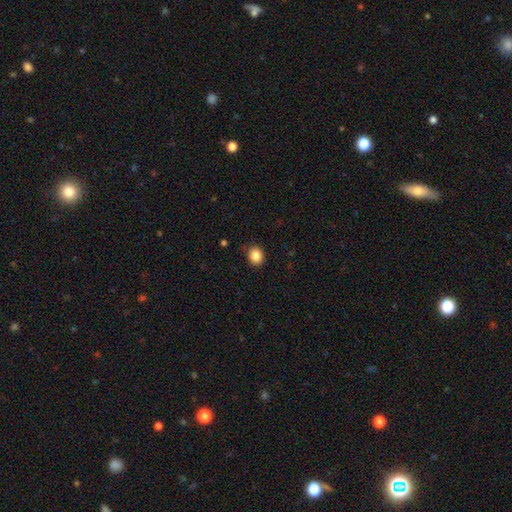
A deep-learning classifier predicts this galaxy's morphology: type=smooth (86%); roundness=round (60%); merging=none (88%).